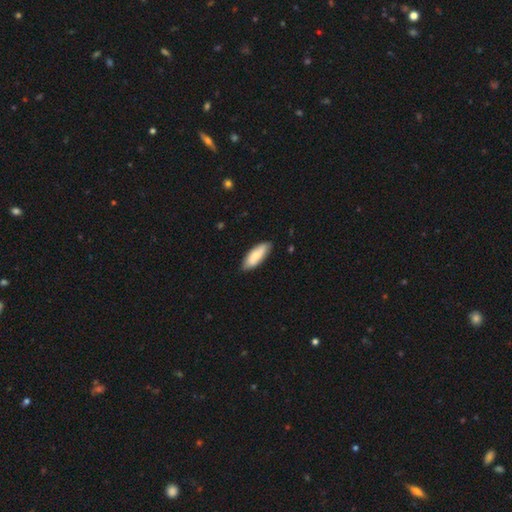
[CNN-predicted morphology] smooth 75%, featured or disk 20%, star or artifact 5%. Down the decision tree: how rounded — in between (70%); merging — none (83%).